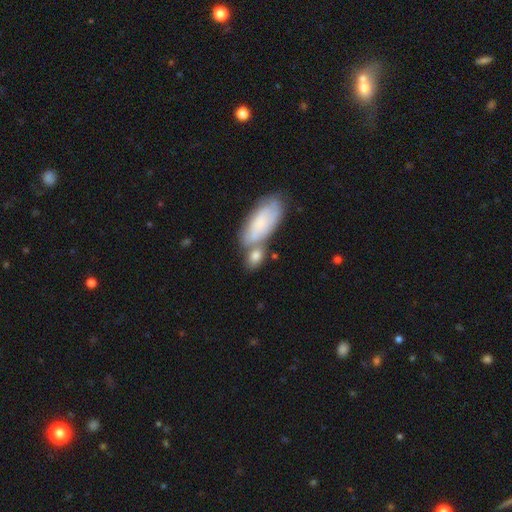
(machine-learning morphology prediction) Smooth or featured: smooth — 76% (featured or disk — 18%)
How rounded: in between — 79% (round — 12%)
Merging: merger — 41% (none — 40%)